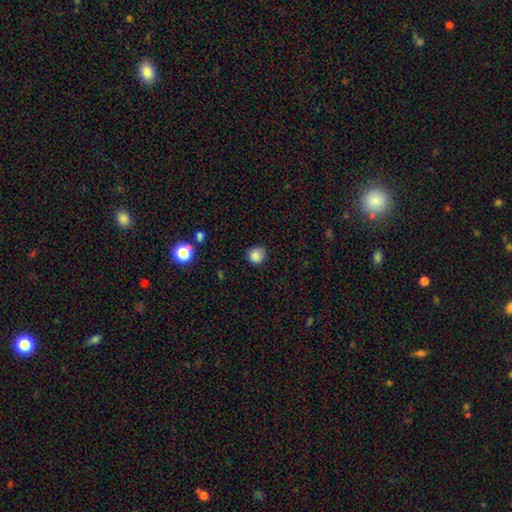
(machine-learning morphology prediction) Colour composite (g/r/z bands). It shows a smooth galaxy with no disk features (85%) that is round (90%). Merging: none (85%).